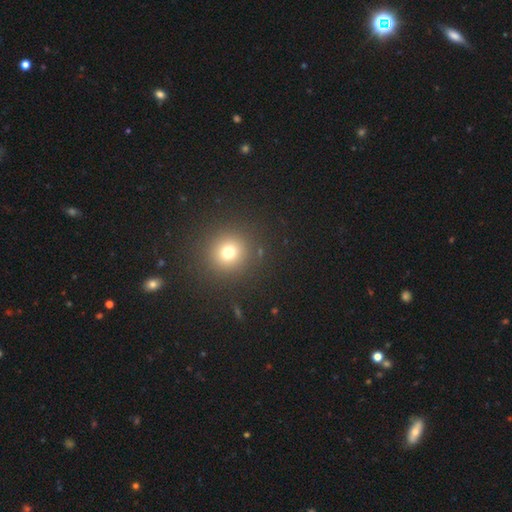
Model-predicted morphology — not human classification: Overall: smooth (59%; star or artifact 35%). How rounded: round (93%). Merging: none (92%).